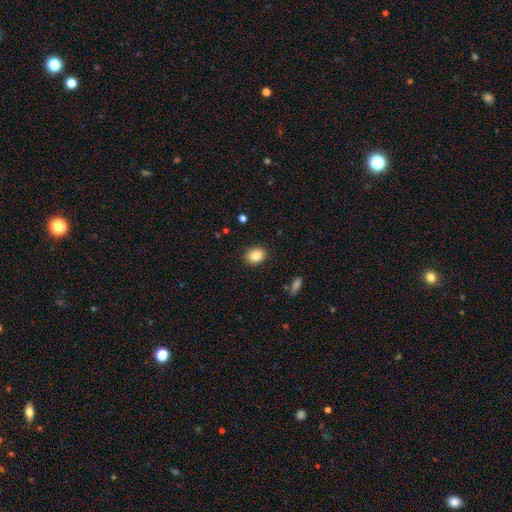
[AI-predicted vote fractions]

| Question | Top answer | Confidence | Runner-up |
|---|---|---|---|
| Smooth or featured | smooth | 86% | star or artifact (9%) |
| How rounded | in between | 56% | round (43%) |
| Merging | none | 88% | minor disturbance (8%) |